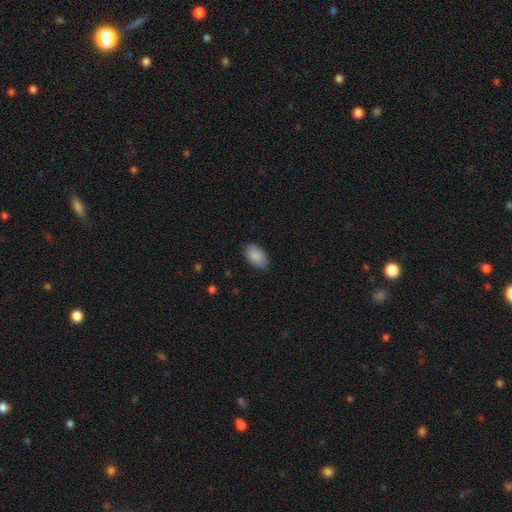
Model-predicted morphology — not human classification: Q: Smooth or featured?
A: smooth (89%); runner-up: star or artifact (6%)
Q: How rounded?
A: in between (94%); runner-up: round (4%)
Q: Merging?
A: none (81%); runner-up: minor disturbance (15%)